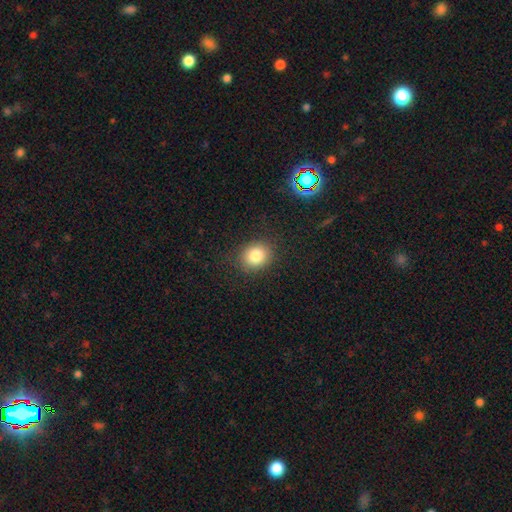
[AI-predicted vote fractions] This is clearly a smooth galaxy (83%). How rounded: likely round (60%). Merging: clearly none (86%).